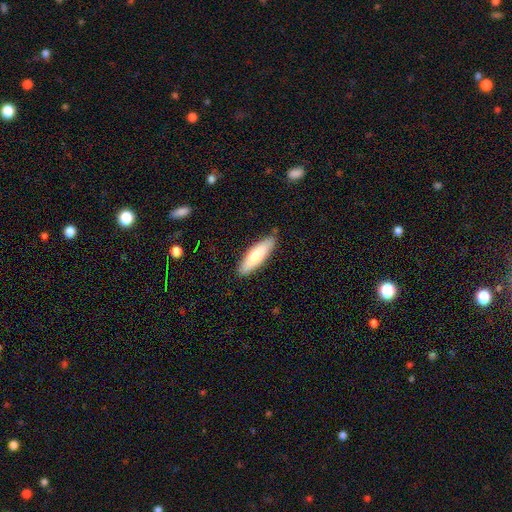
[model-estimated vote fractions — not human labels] smooth 72%, featured or disk 22%, star or artifact 5%. Down the decision tree: how rounded — cigar-shaped (58%); merging — none (84%).